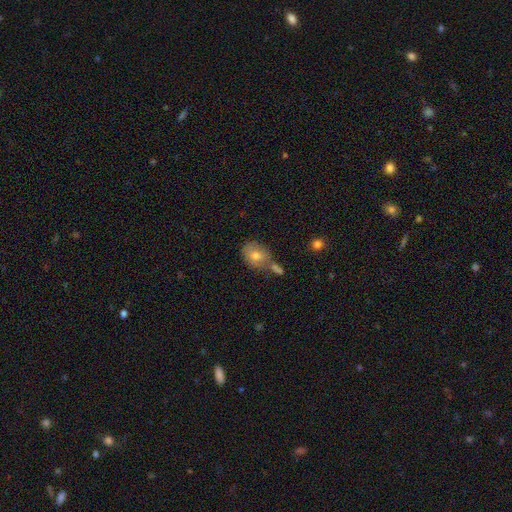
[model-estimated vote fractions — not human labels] smooth-or-featured: smooth: 71% | featured or disk: 19% | star or artifact: 10%
  how-rounded: in between: 55% | round: 44% | cigar-shaped: 1%
  merging: none: 51% | merger: 25% | minor disturbance: 18% | major disturbance: 6%